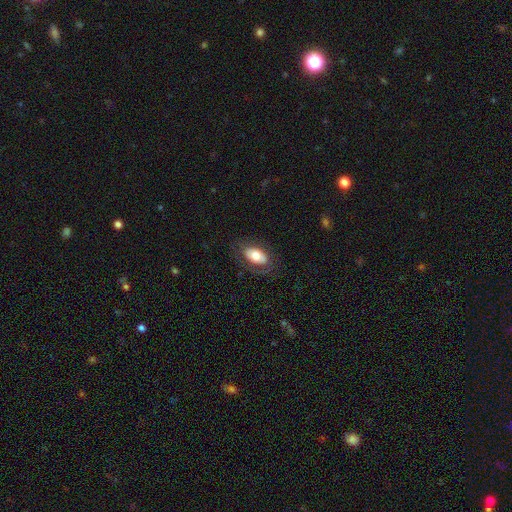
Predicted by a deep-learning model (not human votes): Morphology: type=smooth (65%); roundness=in between (92%); merging=none (73%).